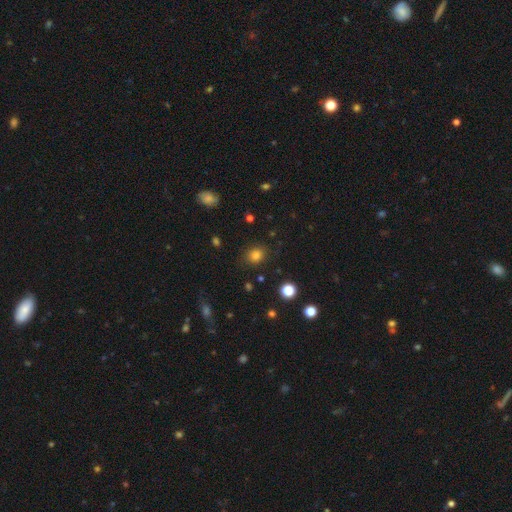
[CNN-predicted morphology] The model was most divided on "how rounded": round: 71%, in between: 28%, cigar-shaped: 1%. More confident: merging — none (85%); smooth or featured — smooth (79%).